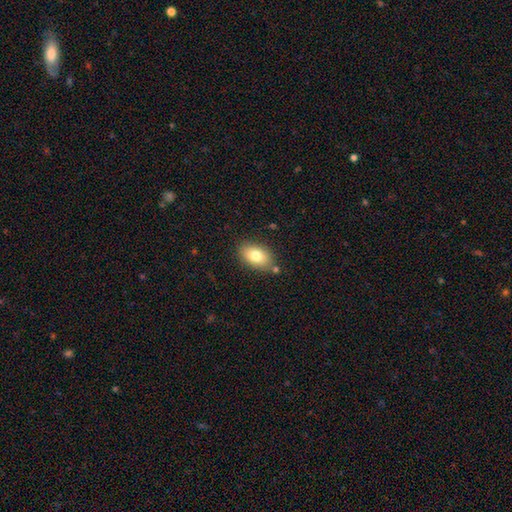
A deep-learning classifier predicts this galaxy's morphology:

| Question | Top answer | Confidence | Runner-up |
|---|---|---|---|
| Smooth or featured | smooth | 79% | featured or disk (13%) |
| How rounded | in between | 89% | round (9%) |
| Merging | none | 80% | minor disturbance (13%) |